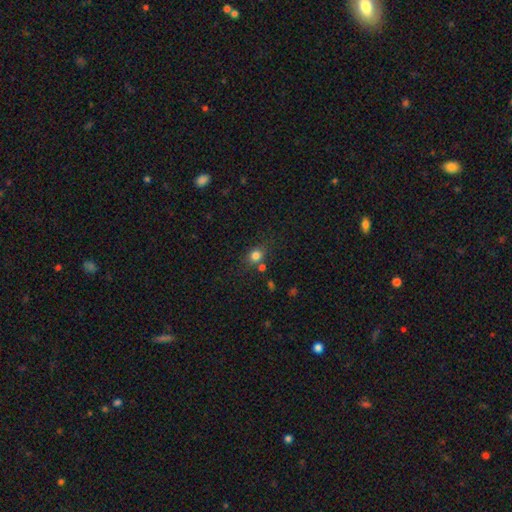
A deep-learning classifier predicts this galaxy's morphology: A smooth galaxy with no disk features (80%) that is round (65%). Merging: none (69%).